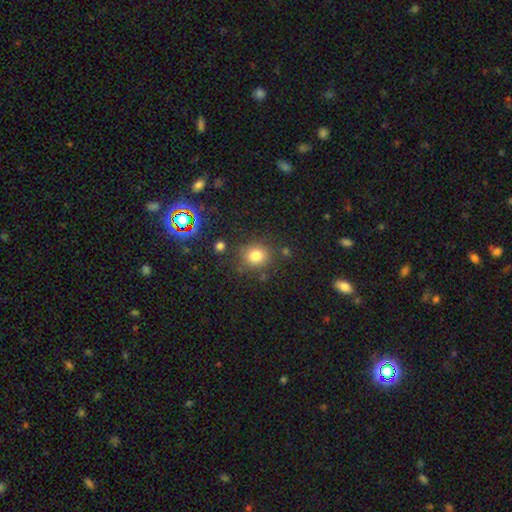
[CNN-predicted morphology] smooth_or_featured: smooth (p=0.79) [alt: star or artifact p=0.14]
how_rounded: round (p=0.82) [alt: in between p=0.17]
merging: none (p=0.81) [alt: minor disturbance p=0.11]